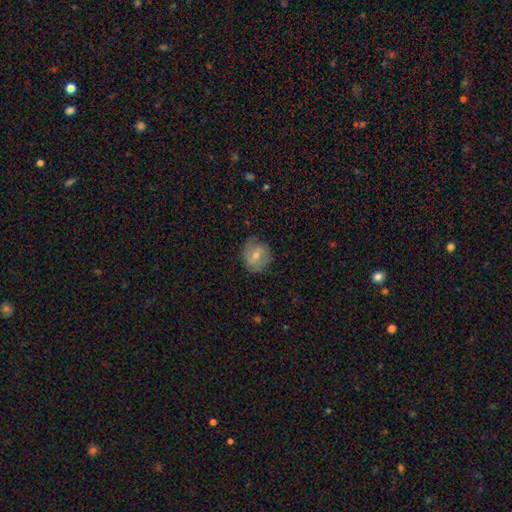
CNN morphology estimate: Smooth or featured? featured or disk (47%)
Merging? none (66%)